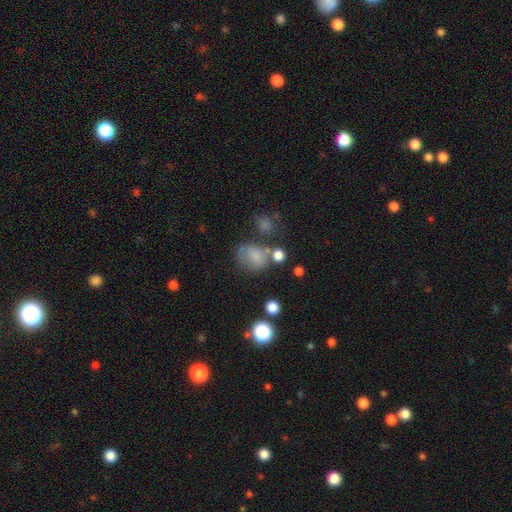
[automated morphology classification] smooth_or_featured: smooth (p=0.70) [alt: star or artifact p=0.16]
how_rounded: round (p=0.53) [alt: in between p=0.45]
merging: none (p=0.45) [alt: minor disturbance p=0.23]